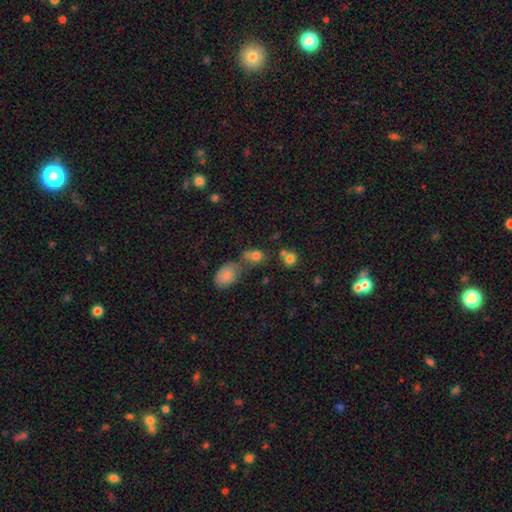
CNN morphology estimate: smooth_or_featured: smooth (p=0.76) [alt: star or artifact p=0.13]
how_rounded: in between (p=0.60) [alt: round p=0.37]
merging: none (p=0.44) [alt: merger p=0.32]